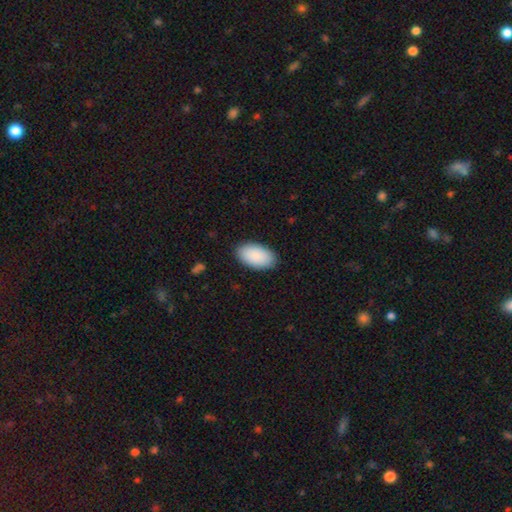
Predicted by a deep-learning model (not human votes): The model was most divided on "merging": none: 88%, minor disturbance: 9%, major disturbance: 2%, merger: 1%. More confident: how rounded — in between (96%); smooth or featured — smooth (91%).